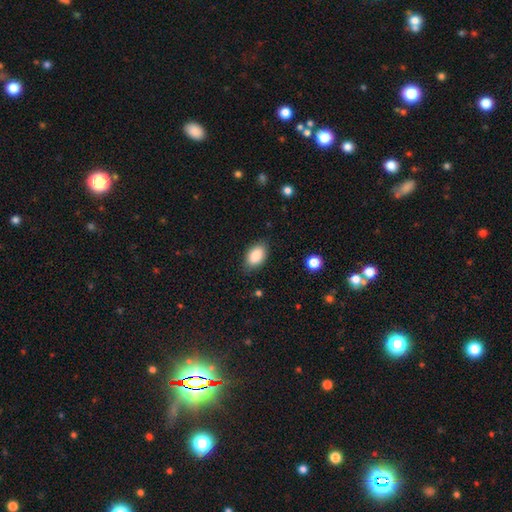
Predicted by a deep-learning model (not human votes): Q: Smooth or featured?
A: smooth (88%); runner-up: star or artifact (7%)
Q: How rounded?
A: in between (92%); runner-up: round (7%)
Q: Merging?
A: none (82%); runner-up: minor disturbance (14%)